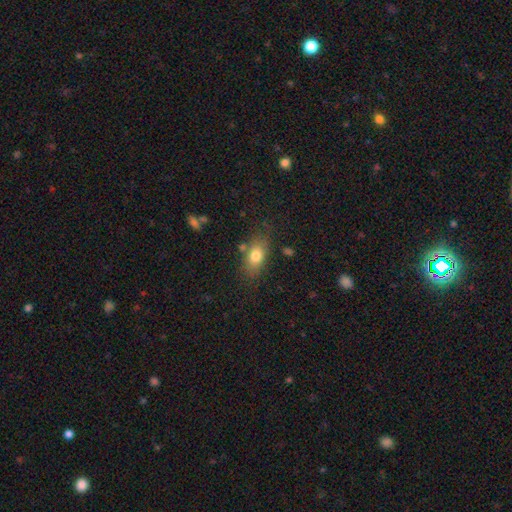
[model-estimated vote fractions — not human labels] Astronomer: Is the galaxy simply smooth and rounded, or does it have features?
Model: smooth — 78%.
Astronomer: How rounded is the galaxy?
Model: in between — 82%.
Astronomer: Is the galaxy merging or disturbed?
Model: none — 75%.